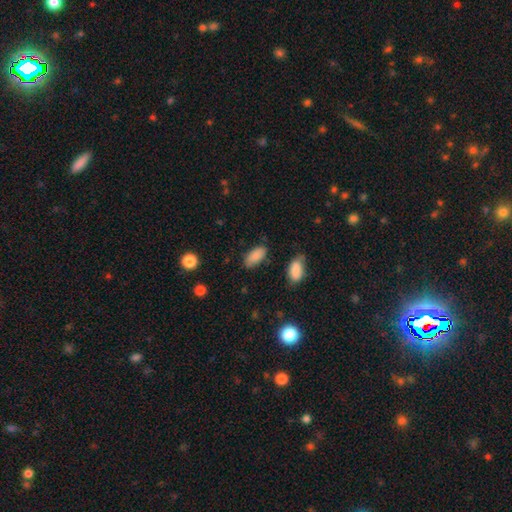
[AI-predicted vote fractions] Smooth or featured? smooth (88%)
How rounded? in between (91%)
Merging? none (81%)